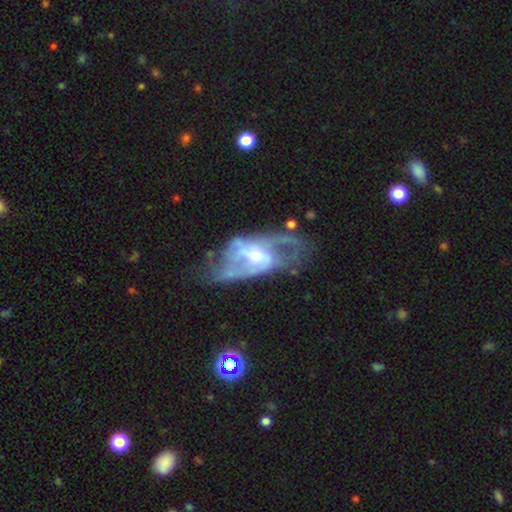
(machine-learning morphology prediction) type=featured or disk (84%); edge-on=no (94%); bar=weak (45%); spiral arms=yes (87%); winding=medium (45%); arm count=2 (64%); bulge=moderate (49%); merging=none (51%).